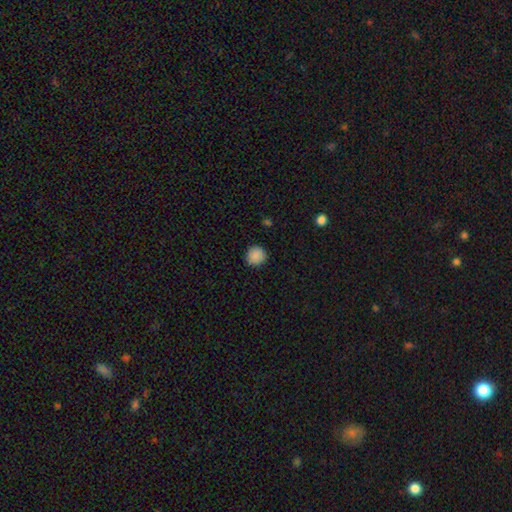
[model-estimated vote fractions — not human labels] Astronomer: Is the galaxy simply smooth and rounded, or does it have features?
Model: smooth — 89%.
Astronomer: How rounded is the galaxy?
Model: round — 93%.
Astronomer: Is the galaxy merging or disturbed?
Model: none — 90%.